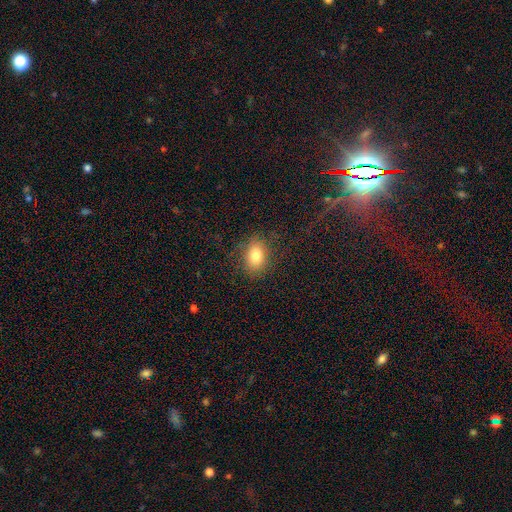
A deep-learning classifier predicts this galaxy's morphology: type=smooth (79%); roundness=in between (78%); merging=none (79%).